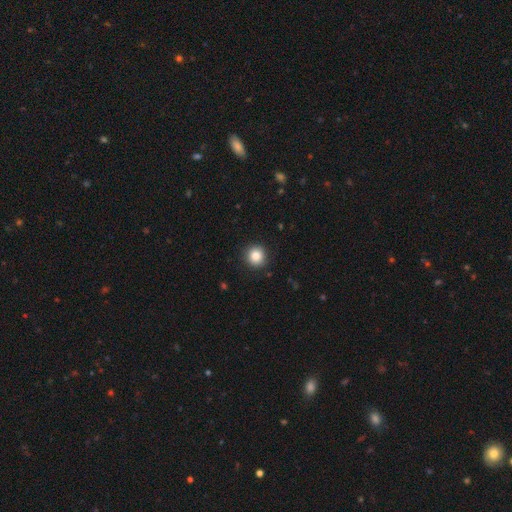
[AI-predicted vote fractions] Overall: smooth (86%). How rounded: round (92%). Merging: none (90%).